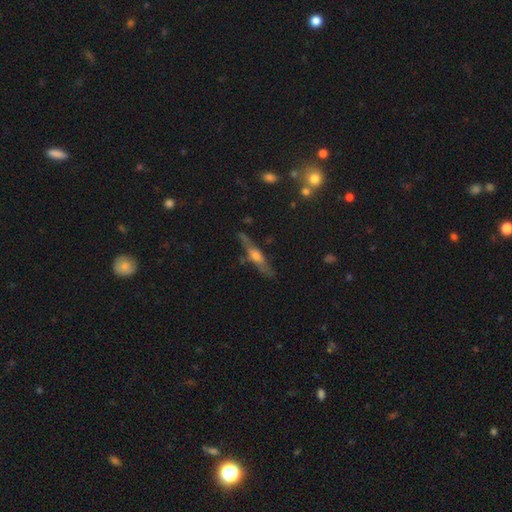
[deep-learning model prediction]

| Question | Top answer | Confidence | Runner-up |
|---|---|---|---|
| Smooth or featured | featured or disk | 61% | smooth (32%) |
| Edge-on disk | yes | 85% | no (15%) |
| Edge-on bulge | rounded | 80% | boxy (10%) |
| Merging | none | 74% | minor disturbance (18%) |